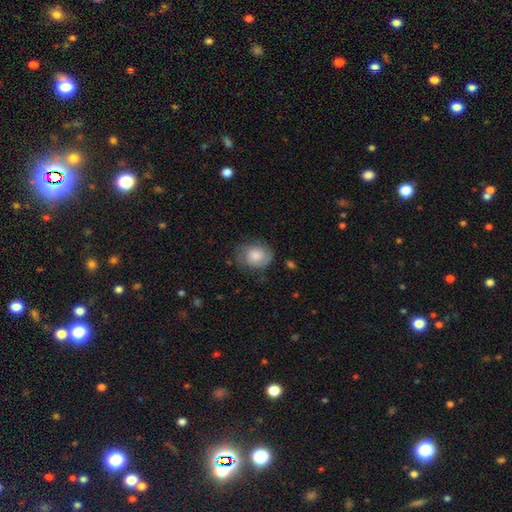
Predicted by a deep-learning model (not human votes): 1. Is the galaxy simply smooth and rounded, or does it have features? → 63% smooth, 30% featured or disk, 7% star or artifact.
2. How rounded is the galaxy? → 51% round, 48% in between, 1% cigar-shaped.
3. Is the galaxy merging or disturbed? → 64% none, 26% minor disturbance, 9% major disturbance, 1% merger.